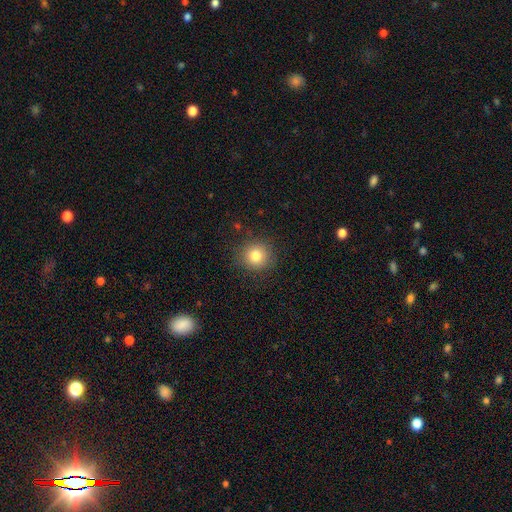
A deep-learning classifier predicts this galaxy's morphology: Smooth or featured: smooth — 81% (star or artifact — 12%)
How rounded: round — 92% (in between — 7%)
Merging: none — 88% (minor disturbance — 8%)